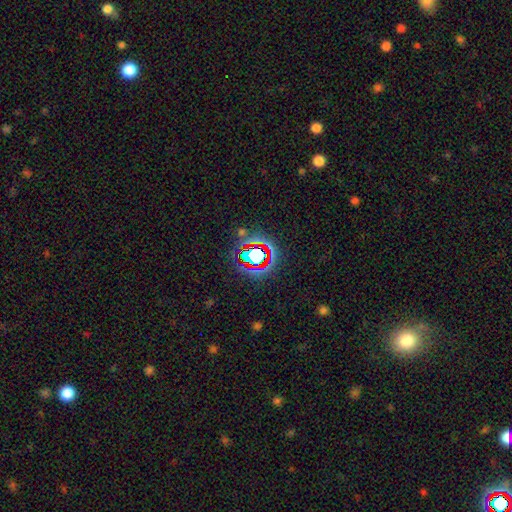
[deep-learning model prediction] Smooth or featured?
  - star or artifact: 66% *
  - smooth: 20%
  - featured or disk: 14%